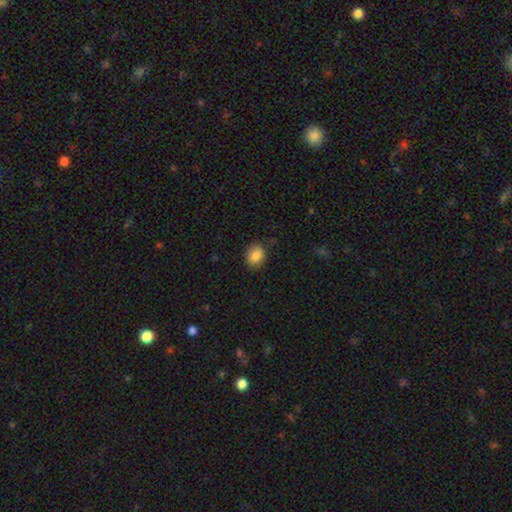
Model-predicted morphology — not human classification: Overall: smooth (86%). How rounded: round (54%; in between 45%). Merging: none (82%).